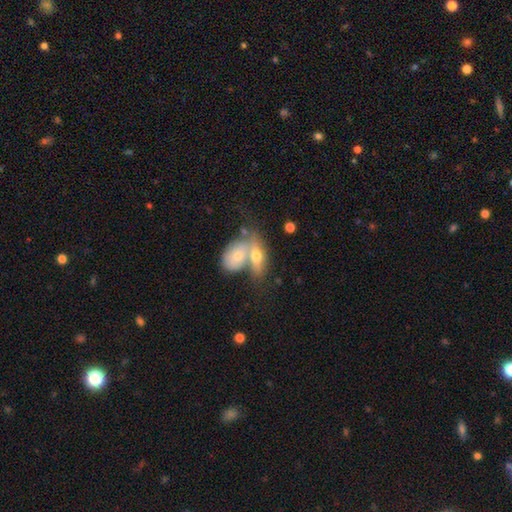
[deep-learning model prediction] Morphology: type=smooth (61%); roundness=in between (79%); merging=merger (61%).